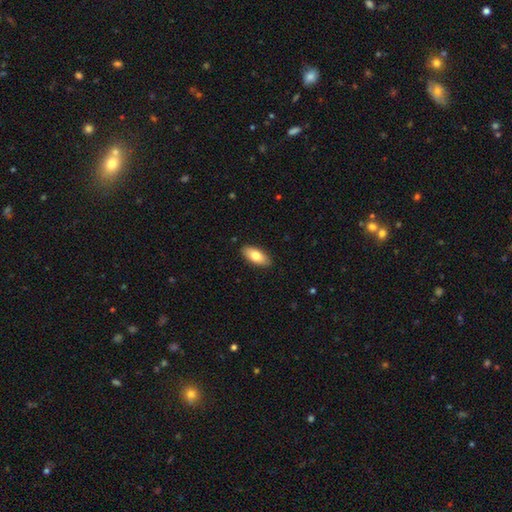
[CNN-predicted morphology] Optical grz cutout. It shows a smooth galaxy with no disk features (79%) that is in between round and cigar-shaped (88%). Merging: none (89%).